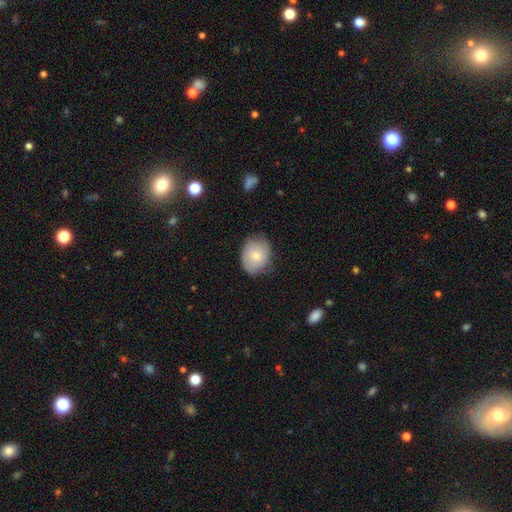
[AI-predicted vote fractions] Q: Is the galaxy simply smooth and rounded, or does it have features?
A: smooth — 73%.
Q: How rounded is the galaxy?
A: round — 60%.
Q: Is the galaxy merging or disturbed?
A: none — 74%.